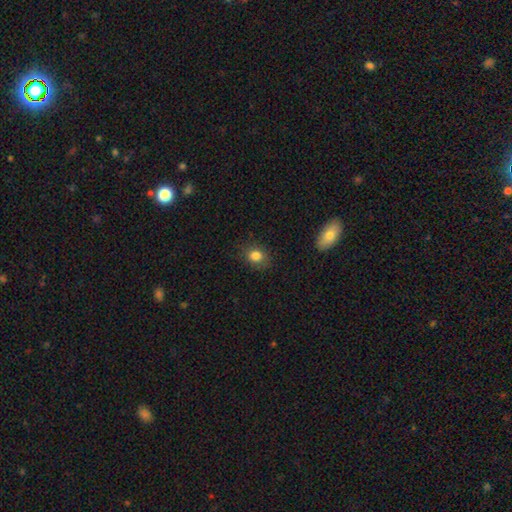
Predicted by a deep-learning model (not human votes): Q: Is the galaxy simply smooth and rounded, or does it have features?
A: smooth — 83%.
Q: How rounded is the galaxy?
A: round — 57%.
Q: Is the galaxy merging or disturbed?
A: none — 82%.